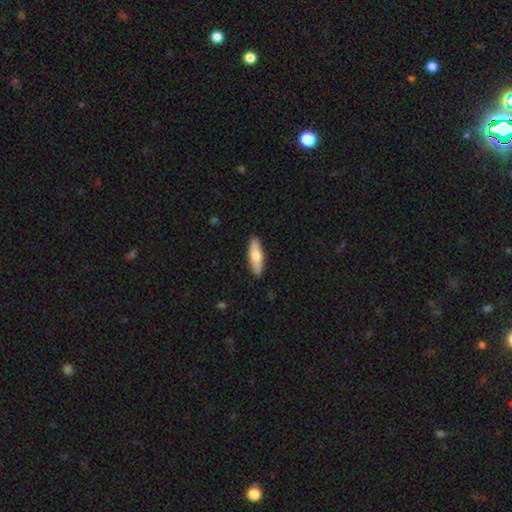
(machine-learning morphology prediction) Smooth or featured: smooth — 69% (featured or disk — 26%)
How rounded: cigar-shaped — 54% (in between — 44%)
Merging: none — 90% (minor disturbance — 7%)